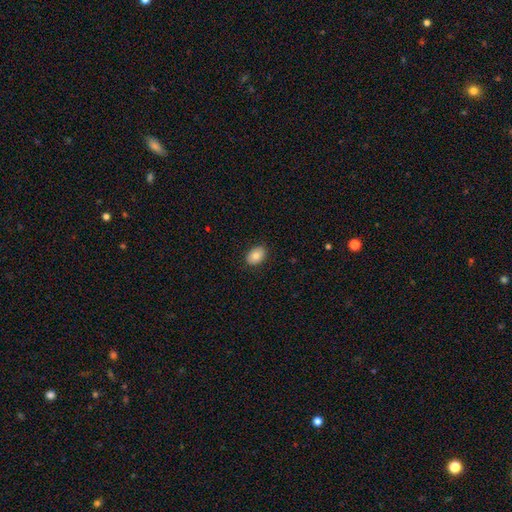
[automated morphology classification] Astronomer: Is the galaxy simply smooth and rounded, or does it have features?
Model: smooth — 82%.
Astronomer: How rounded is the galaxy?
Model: in between — 82%.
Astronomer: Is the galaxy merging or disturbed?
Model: none — 87%.